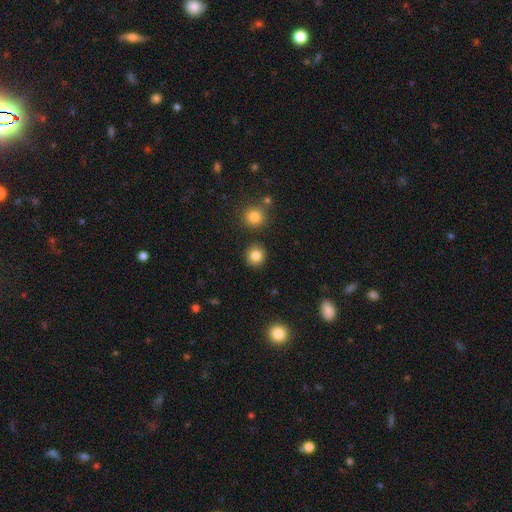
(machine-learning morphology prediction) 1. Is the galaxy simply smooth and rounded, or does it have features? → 84% smooth, 11% star or artifact, 6% featured or disk.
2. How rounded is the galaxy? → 92% round, 7% in between, 1% cigar-shaped.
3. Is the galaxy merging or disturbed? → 90% none, 5% minor disturbance, 3% merger, 2% major disturbance.